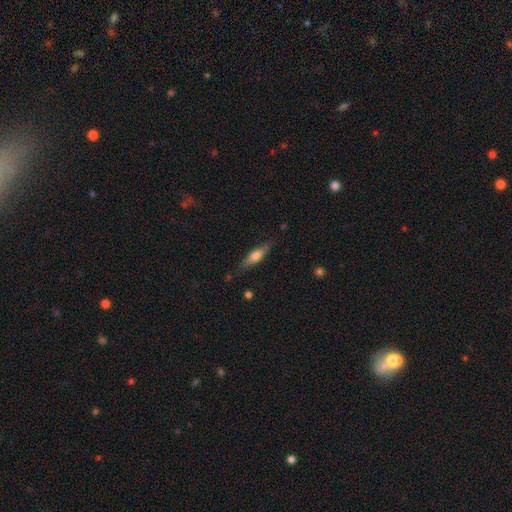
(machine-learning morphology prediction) This appears to be a smooth galaxy with no disk features (52%) that is cigar-shaped (67%). Merging: none (81%).